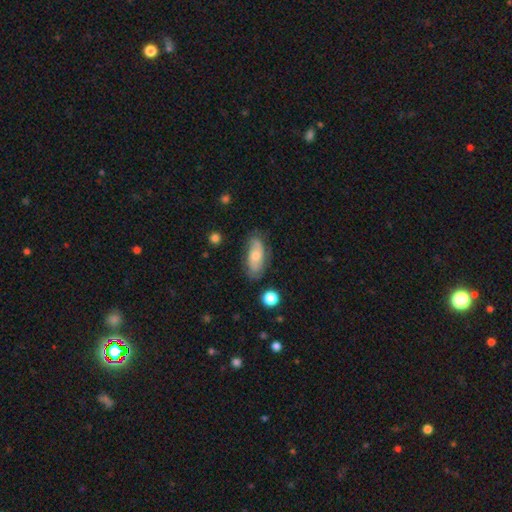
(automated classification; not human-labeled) Smooth or featured?
  - smooth: 51% *
  - featured or disk: 42%
  - star or artifact: 7%
How rounded?
  - in between: 85% *
  - cigar-shaped: 11%
  - round: 4%
Merging?
  - none: 68% *
  - minor disturbance: 23%
  - major disturbance: 7%
  - merger: 2%